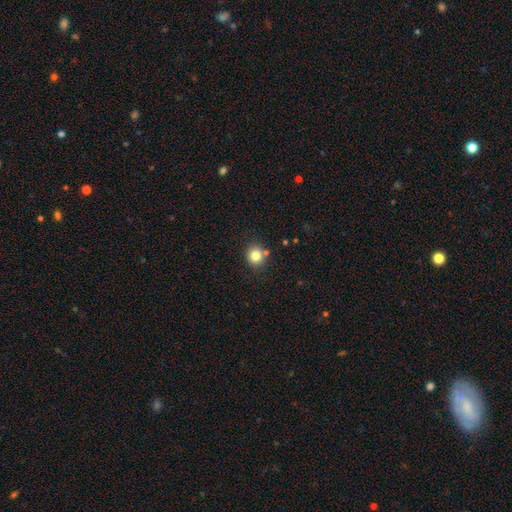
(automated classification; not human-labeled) The model was most divided on "how rounded": round: 85%, in between: 15%, cigar-shaped: 1%. More confident: smooth or featured — smooth (82%); merging — none (80%).